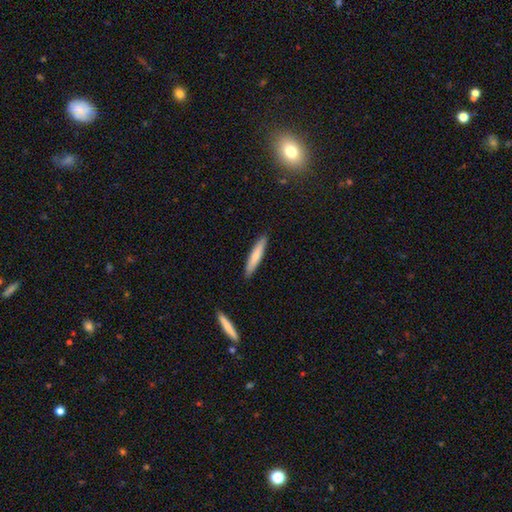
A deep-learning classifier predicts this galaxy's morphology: The model was most divided on "smooth or featured": smooth: 74%, featured or disk: 21%, star or artifact: 5%. More confident: how rounded — cigar-shaped (91%); merging — none (90%).